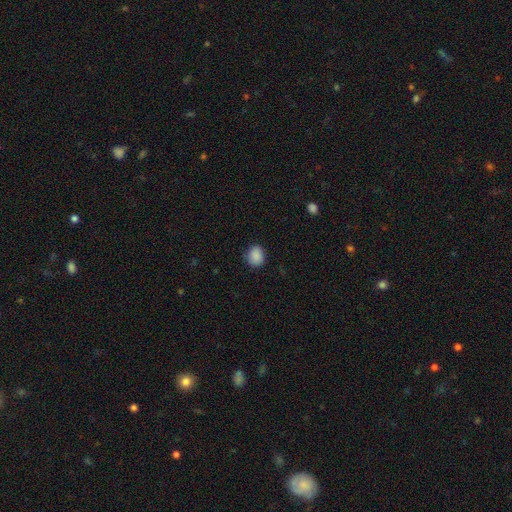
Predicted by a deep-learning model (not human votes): Smooth or featured? Predicted: smooth (p=0.89). How rounded? Predicted: round (p=0.60). Merging? Predicted: none (p=0.85).